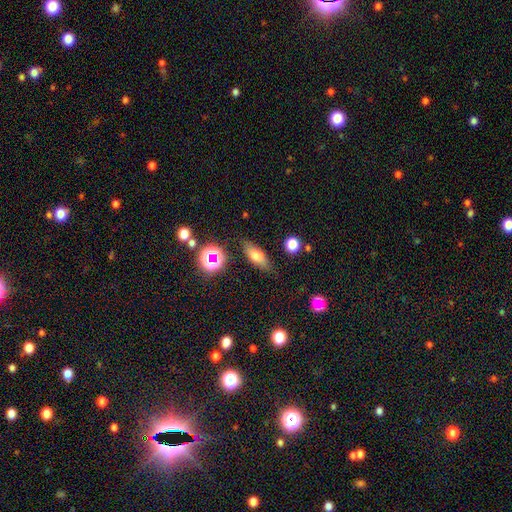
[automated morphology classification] Smooth or featured: smooth — 66% (featured or disk — 22%)
How rounded: in between — 65% (cigar-shaped — 28%)
Merging: none — 81% (minor disturbance — 13%)